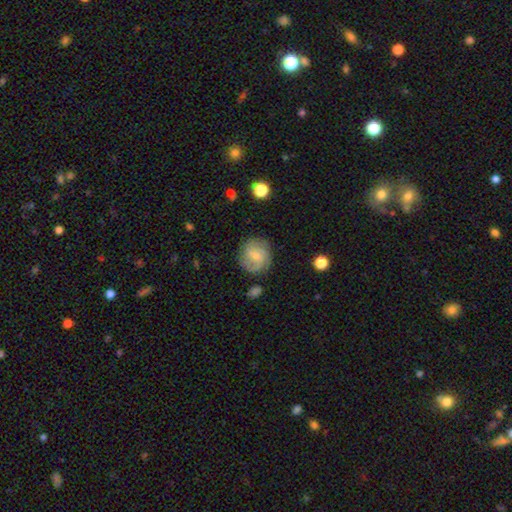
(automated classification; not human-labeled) Morphology: type=featured or disk (61%); edge-on=no (98%); bar=weak (53%); spiral arms=yes (90%); winding=medium (44%); arm count=2 (45%); bulge=small (55%); merging=none (77%).